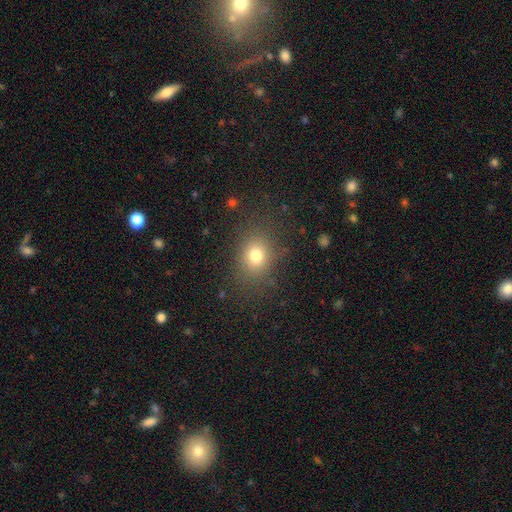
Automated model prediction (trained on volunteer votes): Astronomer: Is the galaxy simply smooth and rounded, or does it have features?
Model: smooth — 76%.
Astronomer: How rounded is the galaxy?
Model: round — 52% (runner-up: in between, 47%).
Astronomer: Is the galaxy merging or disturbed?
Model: none — 80%.